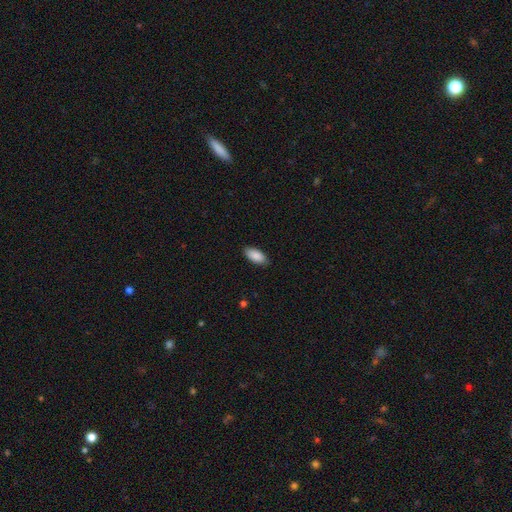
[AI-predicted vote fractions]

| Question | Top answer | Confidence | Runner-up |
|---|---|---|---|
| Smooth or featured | smooth | 89% | star or artifact (6%) |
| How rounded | in between | 92% | cigar-shaped (6%) |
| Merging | none | 85% | minor disturbance (12%) |